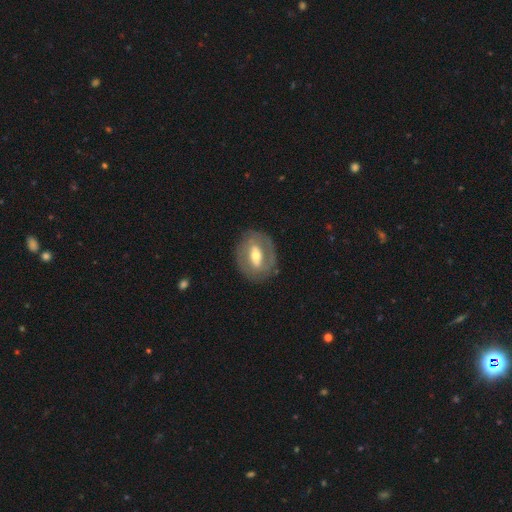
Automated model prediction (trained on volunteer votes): Morphology: type=featured or disk (66%); edge-on=no (91%); bar=strong (45%); spiral arms=no (60%); bulge=moderate (65%); merging=none (80%).